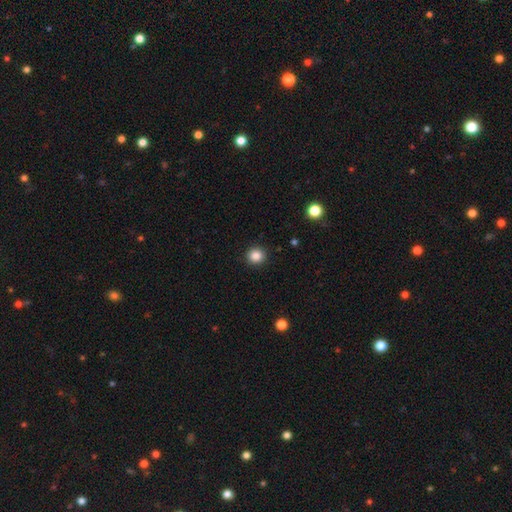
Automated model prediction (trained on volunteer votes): Q: Smooth or featured?
A: smooth (86%); runner-up: star or artifact (11%)
Q: How rounded?
A: round (92%); runner-up: in between (7%)
Q: Merging?
A: none (92%); runner-up: minor disturbance (5%)